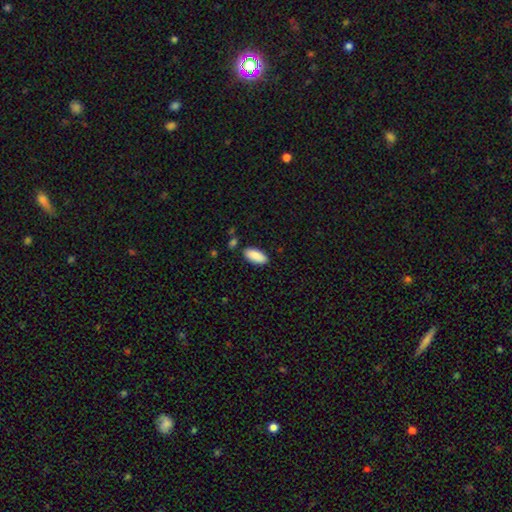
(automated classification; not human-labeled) A smooth galaxy with no disk features (90%) that is in between round and cigar-shaped (87%). Merging: none (85%).